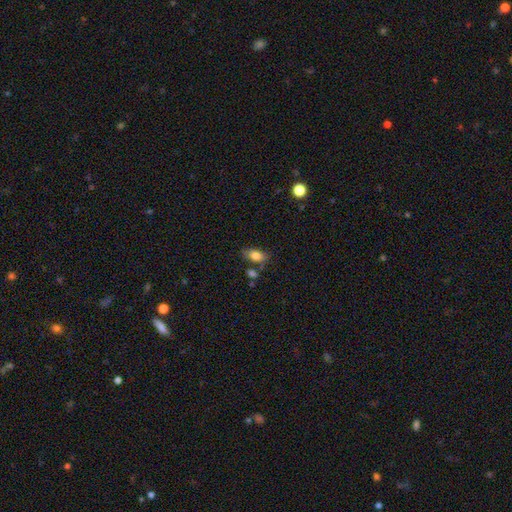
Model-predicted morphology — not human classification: type=smooth (81%); roundness=in between (88%); merging=none (67%).